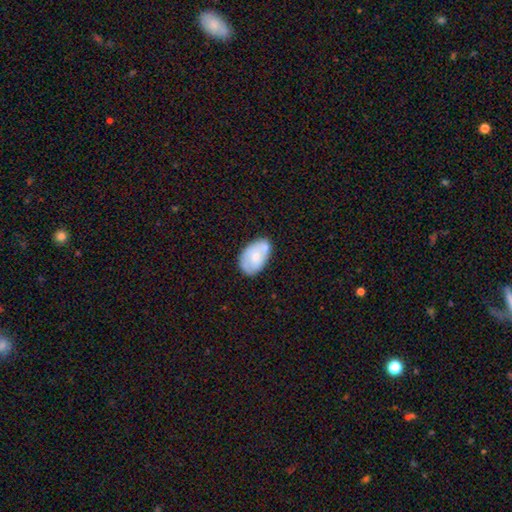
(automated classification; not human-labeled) Q: Smooth or featured?
A: smooth (58%); runner-up: featured or disk (35%)
Q: How rounded?
A: in between (90%); runner-up: round (9%)
Q: Merging?
A: none (51%); runner-up: minor disturbance (25%)